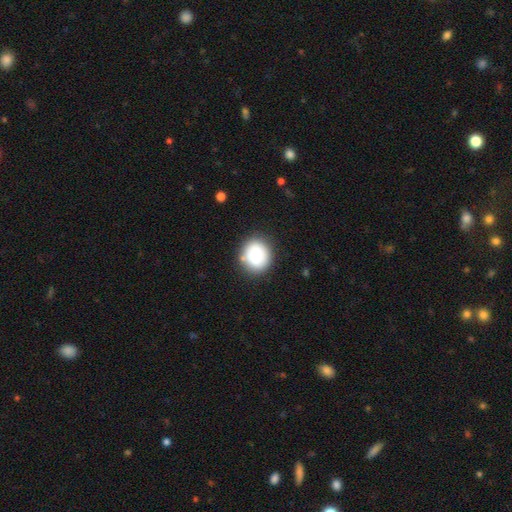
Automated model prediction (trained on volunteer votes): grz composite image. It shows a smooth galaxy with no disk features (72%) that is round (75%). Merging: none (65%).